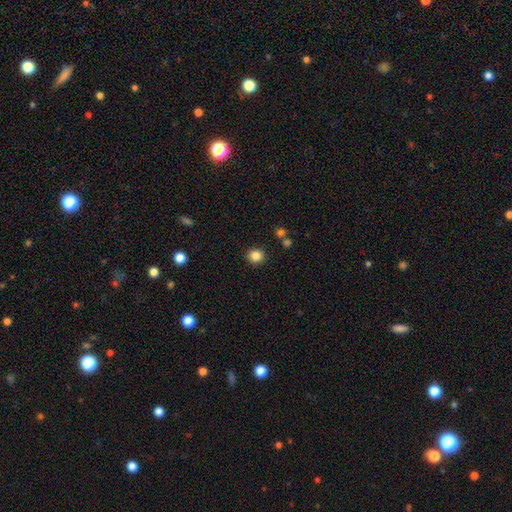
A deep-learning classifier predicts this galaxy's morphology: This appears to be a smooth galaxy with no disk features (84%) that is round (88%). Merging: none (90%).